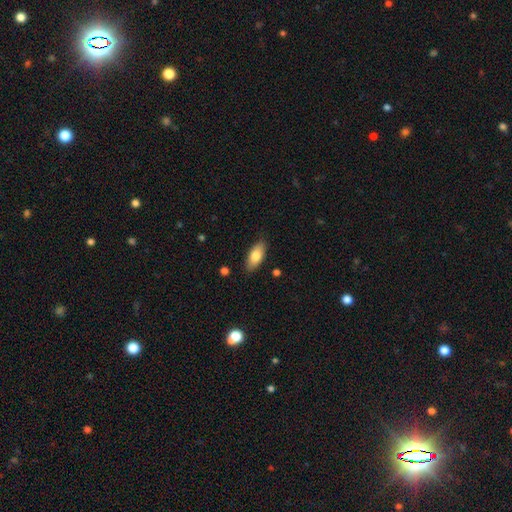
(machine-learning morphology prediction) Overall: smooth (78%). How rounded: in between (86%). Merging: none (87%).